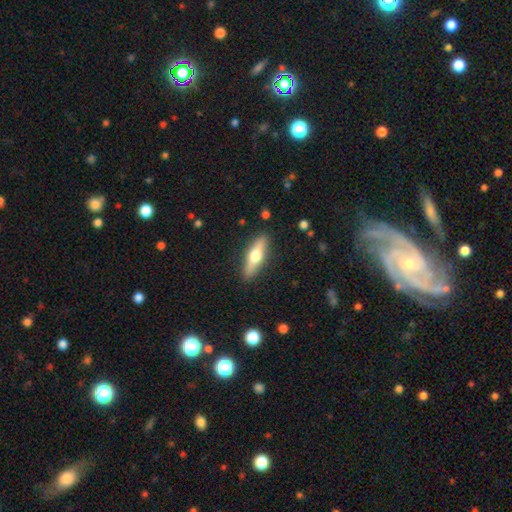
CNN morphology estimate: This appears to be a featured or disk galaxy (51%) viewed edge-on (90%). Merging: none (89%).